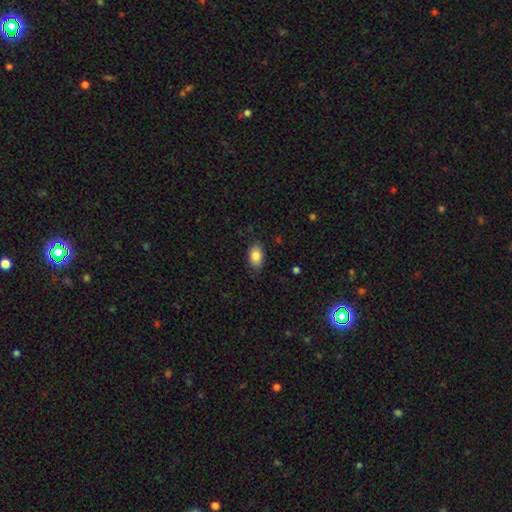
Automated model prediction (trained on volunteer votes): Smooth or featured?
  - smooth: 86% *
  - star or artifact: 8%
  - featured or disk: 7%
How rounded?
  - in between: 89% *
  - round: 9%
  - cigar-shaped: 2%
Merging?
  - none: 82% *
  - minor disturbance: 14%
  - major disturbance: 3%
  - merger: 1%